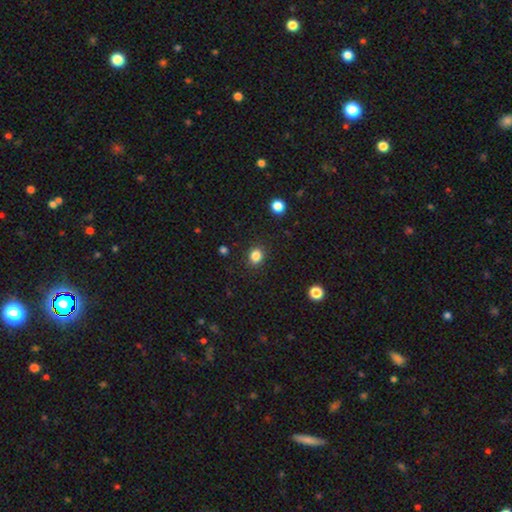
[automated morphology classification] Smooth or featured?
  - smooth: 84% *
  - star or artifact: 12%
  - featured or disk: 4%
How rounded?
  - round: 72% *
  - in between: 27%
  - cigar-shaped: 1%
Merging?
  - none: 89% *
  - minor disturbance: 8%
  - major disturbance: 2%
  - merger: 1%